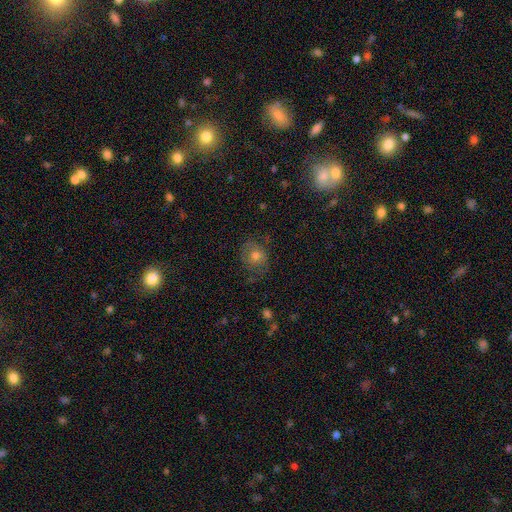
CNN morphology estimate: This appears to be a smooth galaxy with no disk features (60%) that is round (64%). Merging: none (69%).